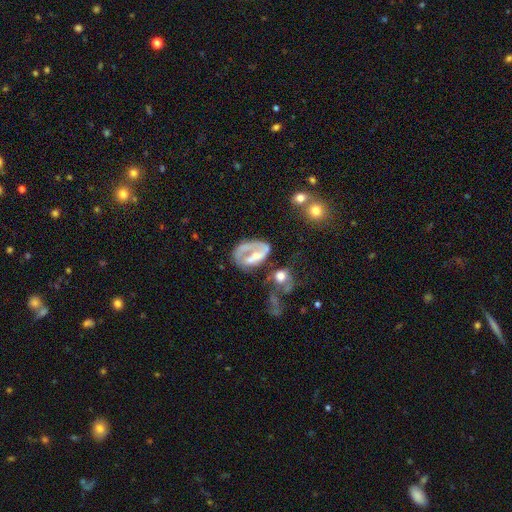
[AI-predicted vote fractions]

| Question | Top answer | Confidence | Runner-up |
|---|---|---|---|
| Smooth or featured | featured or disk | 60% | smooth (31%) |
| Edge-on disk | no | 97% | yes (3%) |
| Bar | no | 63% | weak (24%) |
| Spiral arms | no | 59% | yes (41%) |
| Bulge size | moderate | 34% | none (32%) |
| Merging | major disturbance | 33% | none (28%) |